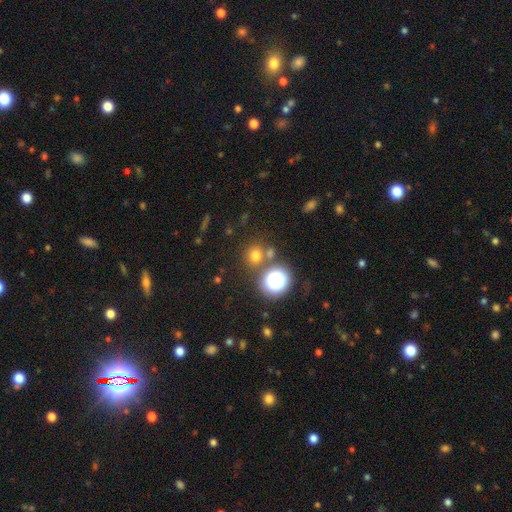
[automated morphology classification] A smooth galaxy with no disk features (77%) that is round (83%).

Vote fractions:
- Smooth or featured? smooth: 77% / star or artifact: 13% / featured or disk: 10%
- How rounded? round: 83% / in between: 16% / cigar-shaped: 1%
- Merging? none: 57% / merger: 30% / minor disturbance: 9% / major disturbance: 4%